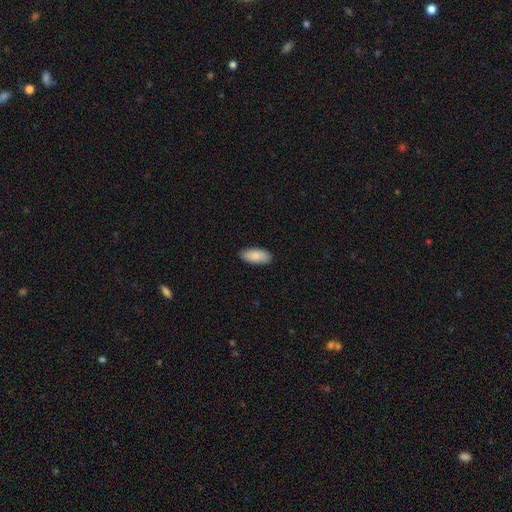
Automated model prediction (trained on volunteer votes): This appears to be a smooth galaxy with no disk features (88%) that is in between round and cigar-shaped (88%). Merging: none (88%).